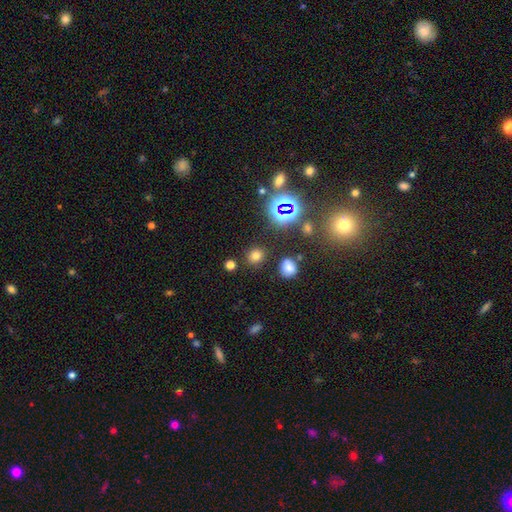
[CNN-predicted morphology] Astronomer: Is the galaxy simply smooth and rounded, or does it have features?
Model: smooth — 68%.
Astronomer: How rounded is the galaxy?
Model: round — 72%.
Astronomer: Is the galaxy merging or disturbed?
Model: none — 85%.